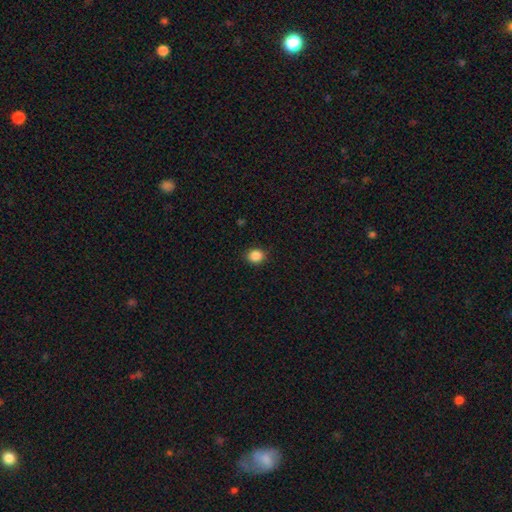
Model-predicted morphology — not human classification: smooth 87%, star or artifact 10%, featured or disk 3%. Down the decision tree: how rounded — round (73%); merging — none (90%).